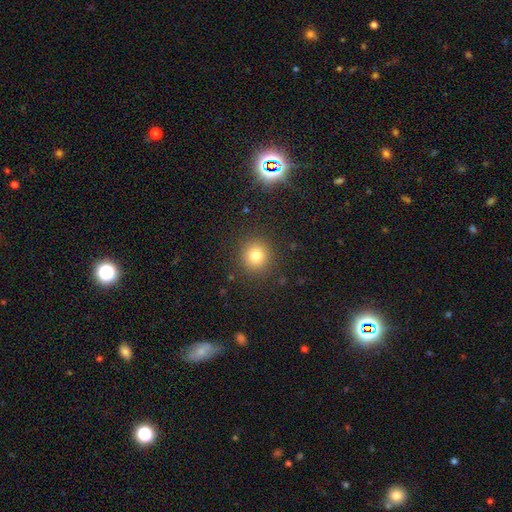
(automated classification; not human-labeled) smooth_or_featured: smooth (p=0.79) [alt: star or artifact p=0.14]
how_rounded: round (p=0.92) [alt: in between p=0.07]
merging: none (p=0.89) [alt: minor disturbance p=0.07]